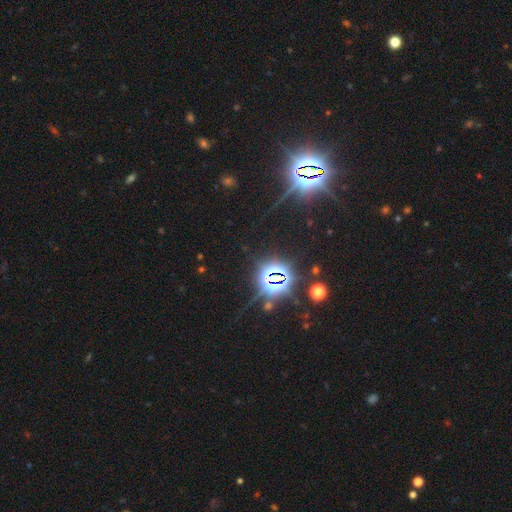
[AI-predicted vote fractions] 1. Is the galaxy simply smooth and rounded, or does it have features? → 83% star or artifact, 10% smooth, 7% featured or disk.